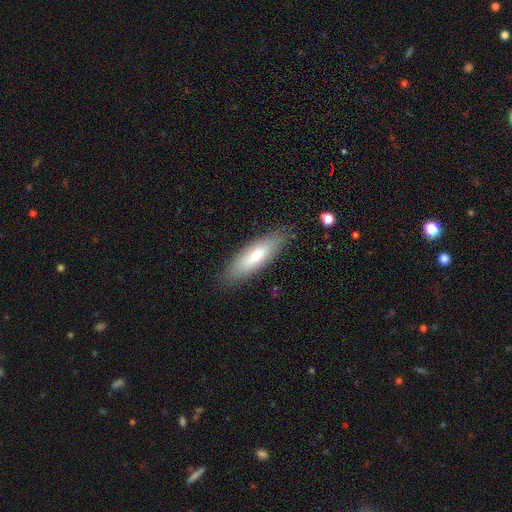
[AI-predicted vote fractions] Q: Smooth or featured?
A: smooth (68%); runner-up: featured or disk (26%)
Q: How rounded?
A: in between (53%); runner-up: cigar-shaped (45%)
Q: Merging?
A: none (85%); runner-up: minor disturbance (11%)